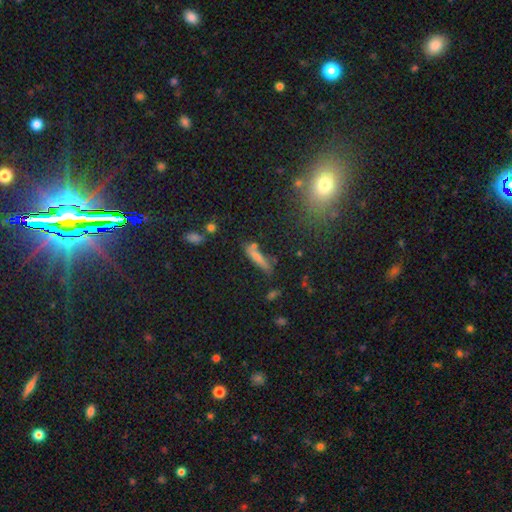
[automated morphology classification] A smooth galaxy with no disk features (66%) that is cigar-shaped (83%).

Vote fractions:
- Smooth or featured? smooth: 66% / featured or disk: 23% / star or artifact: 11%
- How rounded? cigar-shaped: 83% / in between: 14% / round: 3%
- Merging? none: 69% / minor disturbance: 16% / merger: 9% / major disturbance: 5%